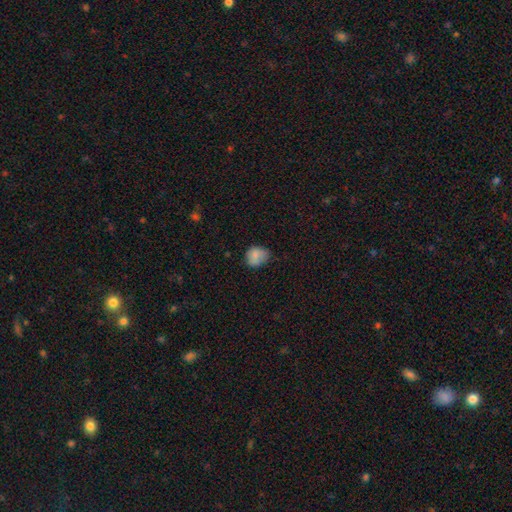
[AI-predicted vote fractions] Smooth or featured: smooth — 82% (star or artifact — 10%)
How rounded: round — 61% (in between — 38%)
Merging: none — 58% (minor disturbance — 33%)